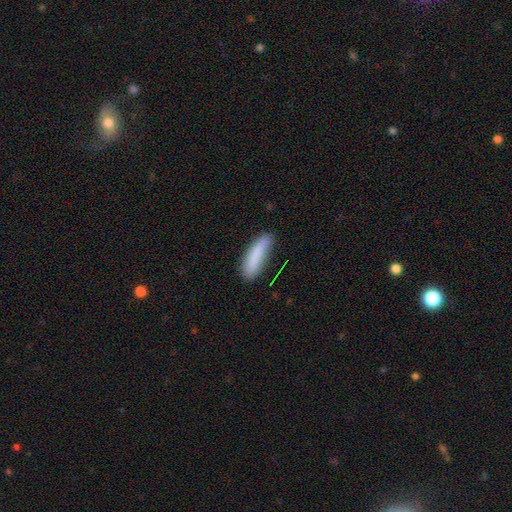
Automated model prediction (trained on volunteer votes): smooth 84%, featured or disk 9%, star or artifact 6%. Down the decision tree: how rounded — cigar-shaped (64%); merging — none (74%).